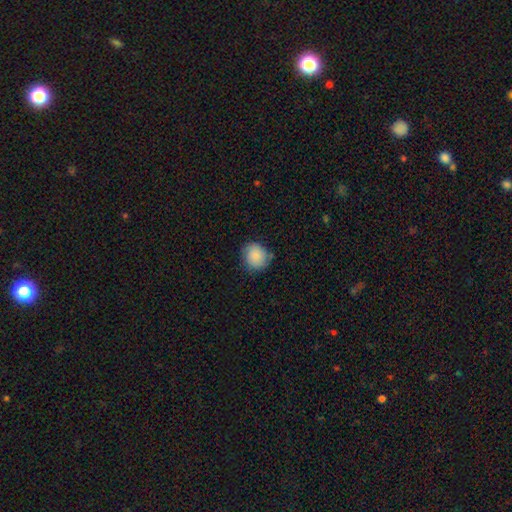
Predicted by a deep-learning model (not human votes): Q: Smooth or featured?
A: smooth (83%); runner-up: featured or disk (10%)
Q: How rounded?
A: round (81%); runner-up: in between (18%)
Q: Merging?
A: none (76%); runner-up: minor disturbance (18%)